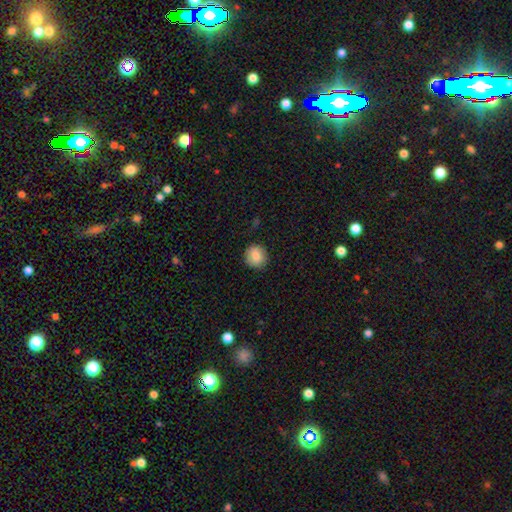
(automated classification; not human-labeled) Smooth or featured? Predicted: smooth (p=0.83). How rounded? Predicted: round (p=0.87). Merging? Predicted: none (p=0.89).